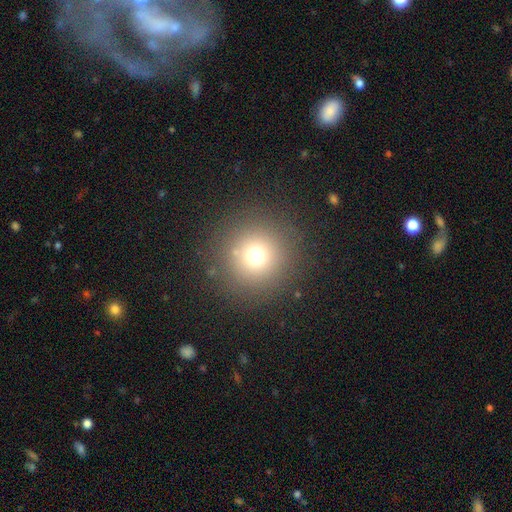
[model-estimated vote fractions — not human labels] Smooth or featured: smooth — 70% (star or artifact — 19%)
How rounded: round — 95% (in between — 4%)
Merging: none — 87% (minor disturbance — 7%)